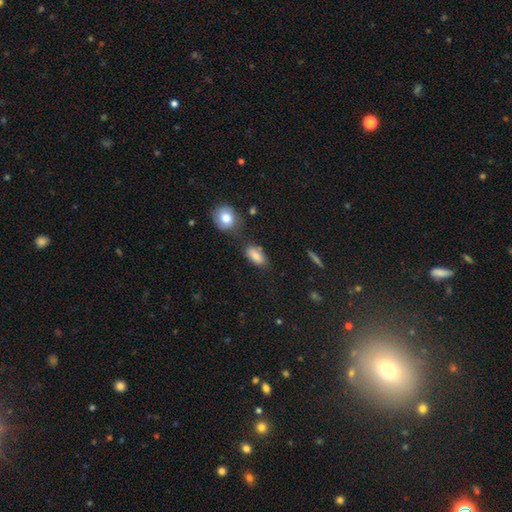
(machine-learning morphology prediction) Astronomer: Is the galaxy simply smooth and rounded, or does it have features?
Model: smooth — 81%.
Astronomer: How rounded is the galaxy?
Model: in between — 88%.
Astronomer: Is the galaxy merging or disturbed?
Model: none — 67%.